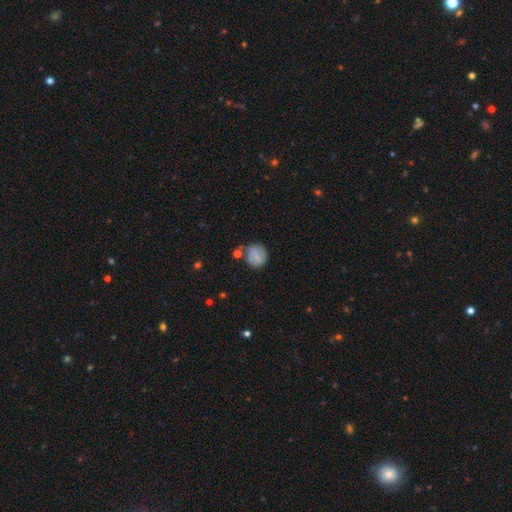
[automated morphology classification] The model was most divided on "smooth or featured": smooth: 59%, featured or disk: 32%, star or artifact: 9%. More confident: how rounded — round (82%); merging — none (74%).